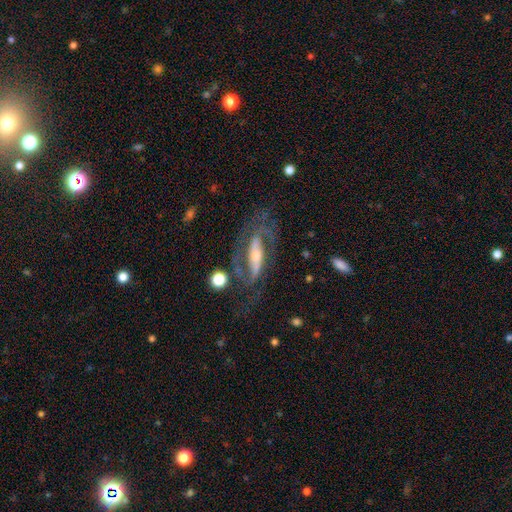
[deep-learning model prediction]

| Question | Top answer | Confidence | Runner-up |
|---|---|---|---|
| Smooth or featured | featured or disk | 85% | smooth (9%) |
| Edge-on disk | no | 87% | yes (13%) |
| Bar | strong | 60% | weak (22%) |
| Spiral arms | yes | 92% | no (8%) |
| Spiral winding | medium | 50% | loose (27%) |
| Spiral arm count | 2 | 88% | can't tell (5%) |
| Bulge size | small | 48% | moderate (42%) |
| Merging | none | 63% | major disturbance (17%) |